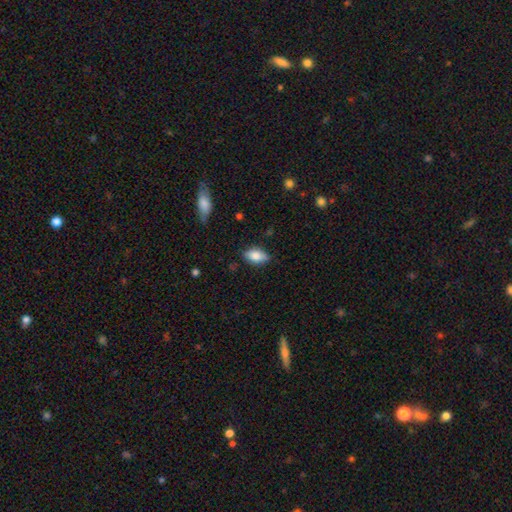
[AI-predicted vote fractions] Smooth or featured: smooth — 81% (featured or disk — 12%)
How rounded: in between — 88% (round — 6%)
Merging: none — 77% (minor disturbance — 18%)